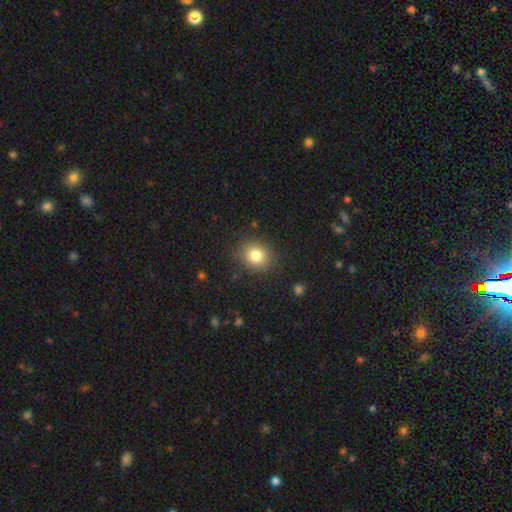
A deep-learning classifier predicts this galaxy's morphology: Smooth or featured: smooth — 81% (star or artifact — 11%)
How rounded: round — 74% (in between — 25%)
Merging: none — 87% (minor disturbance — 9%)